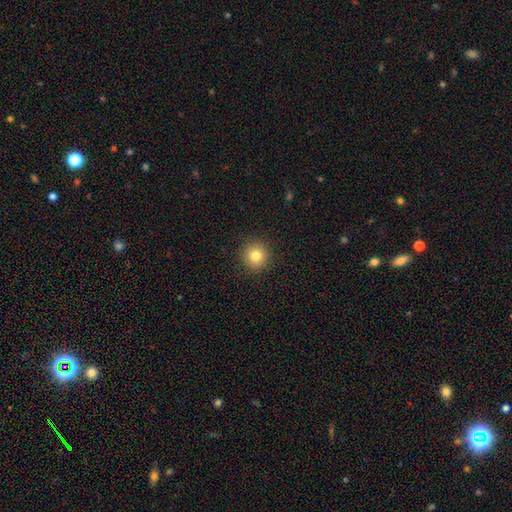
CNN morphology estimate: Smooth or featured: smooth — 81% (star or artifact — 11%)
How rounded: round — 94% (in between — 5%)
Merging: none — 92% (minor disturbance — 5%)